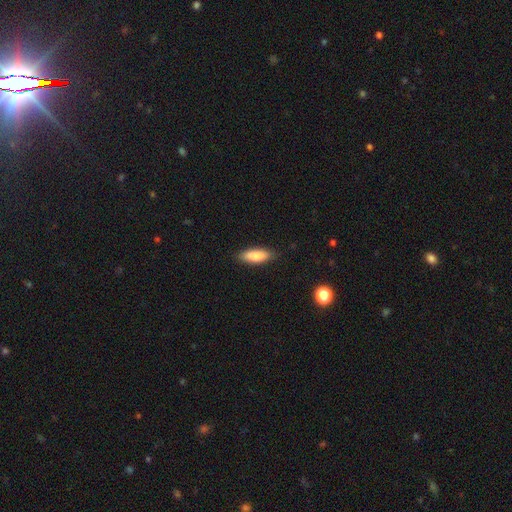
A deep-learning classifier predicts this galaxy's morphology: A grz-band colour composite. It shows a smooth galaxy with no disk features (86%) that is in between round and cigar-shaped (66%). Merging: none (86%).